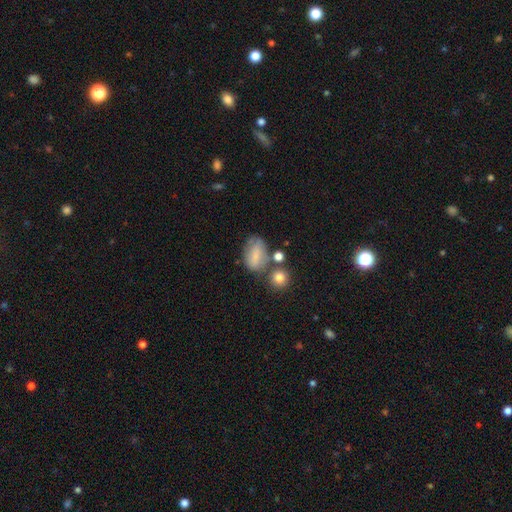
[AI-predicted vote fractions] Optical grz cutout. It shows a smooth galaxy with no disk features (69%) that is in between round and cigar-shaped (81%). Merging: none (47%).